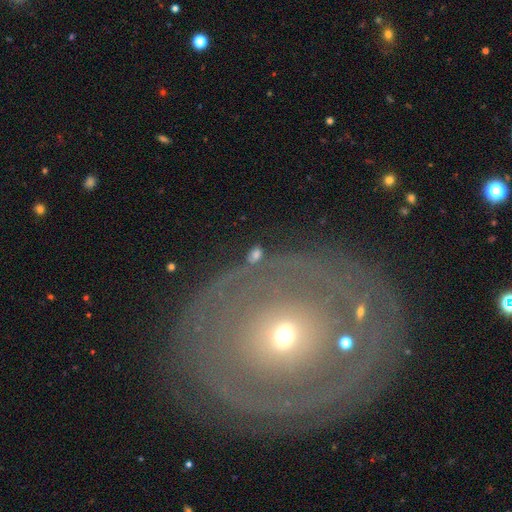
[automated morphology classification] This appears to be a featured or disk galaxy (42%). Merging: none (66%).